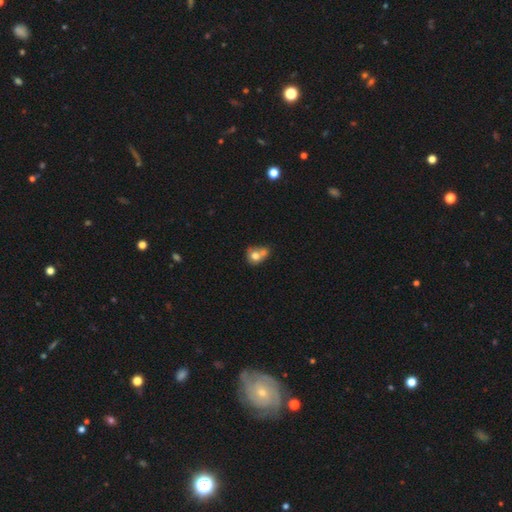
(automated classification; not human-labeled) The model was most divided on "merging": merger: 54%, none: 26%, minor disturbance: 12%, major disturbance: 7%. More confident: smooth or featured — smooth (71%); how rounded — round (64%).